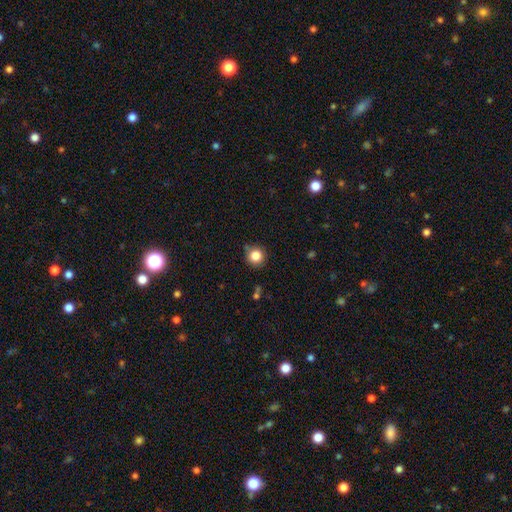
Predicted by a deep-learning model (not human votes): Overall: smooth (84%). How rounded: round (93%). Merging: none (85%).